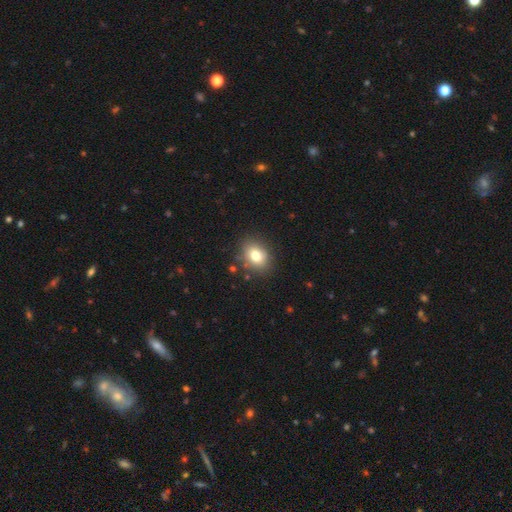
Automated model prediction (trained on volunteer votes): Smooth or featured?
  - smooth: 77% *
  - featured or disk: 12%
  - star or artifact: 11%
How rounded?
  - in between: 55% *
  - round: 44%
  - cigar-shaped: 1%
Merging?
  - none: 82% *
  - minor disturbance: 12%
  - major disturbance: 3%
  - merger: 3%